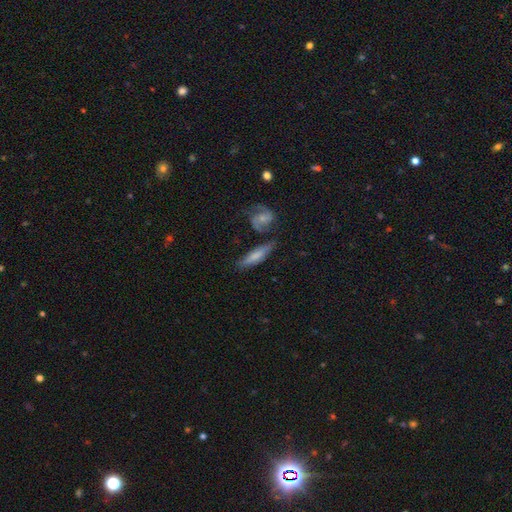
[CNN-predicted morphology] smooth 52%, featured or disk 41%, star or artifact 7%. Down the decision tree: how rounded — cigar-shaped (69%); merging — none (59%).